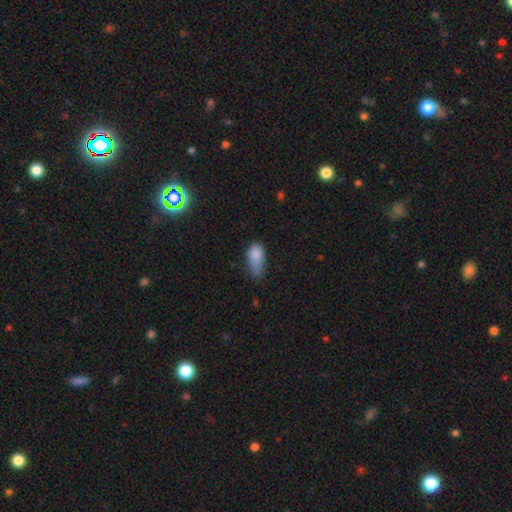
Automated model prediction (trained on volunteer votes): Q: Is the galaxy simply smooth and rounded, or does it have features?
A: smooth — 82%.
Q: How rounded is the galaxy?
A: in between — 87%.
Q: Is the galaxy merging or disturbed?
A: minor disturbance — 43%.